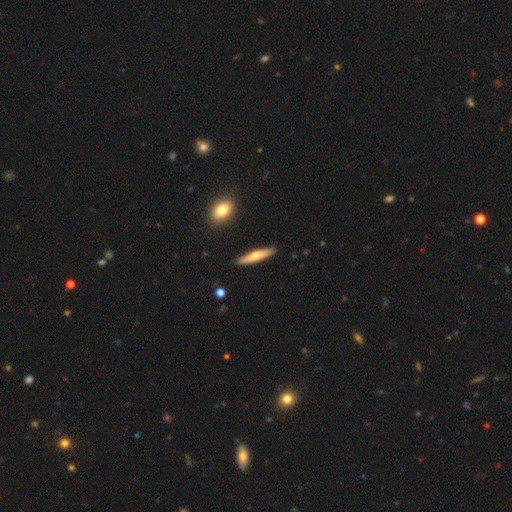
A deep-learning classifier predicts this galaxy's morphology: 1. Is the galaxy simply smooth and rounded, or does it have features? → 54% smooth, 41% featured or disk, 6% star or artifact.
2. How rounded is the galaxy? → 87% cigar-shaped, 11% in between, 2% round.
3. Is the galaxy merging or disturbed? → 90% none, 8% minor disturbance, 1% major disturbance, 1% merger.